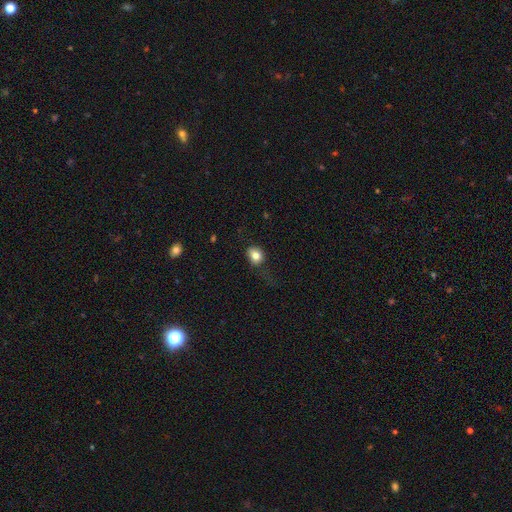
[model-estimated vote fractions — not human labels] A smooth galaxy with no disk features (79%) that is round (60%). Merging: none (57%).